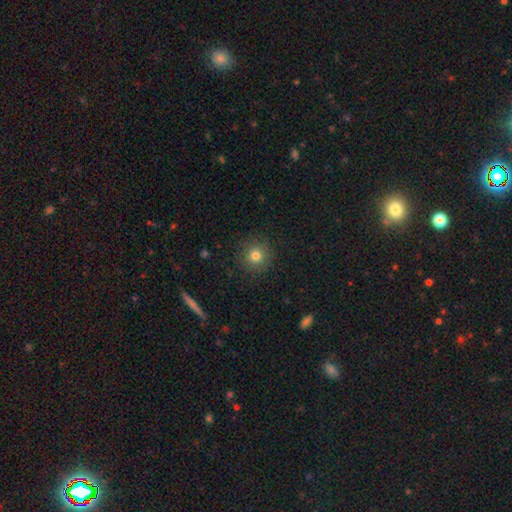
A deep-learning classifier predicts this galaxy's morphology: This is likely a smooth galaxy (78%). How rounded: clearly round (94%). Merging: clearly none (88%).